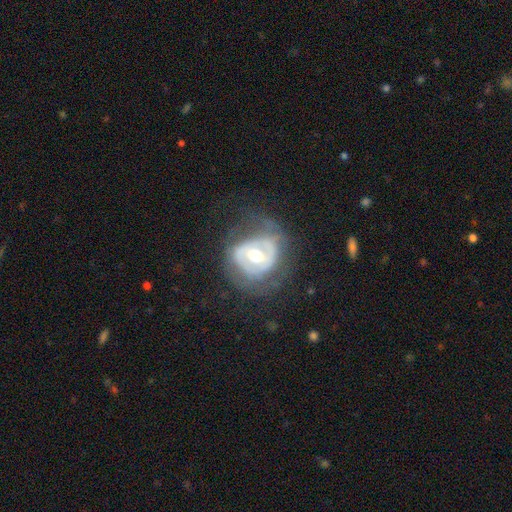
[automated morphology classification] smooth-or-featured: featured or disk: 72% | smooth: 22% | star or artifact: 6%
  disk-edge-on: no: 96% | yes: 4%
    bar: weak: 39% | strong: 31% | no: 30%
    has-spiral-arms: no: 54% | yes: 46%
    bulge-size: moderate: 72% | small: 16% | large: 10% | dominant: 1% | none: 1%
  merging: none: 57% | minor disturbance: 22% | major disturbance: 19% | merger: 1%